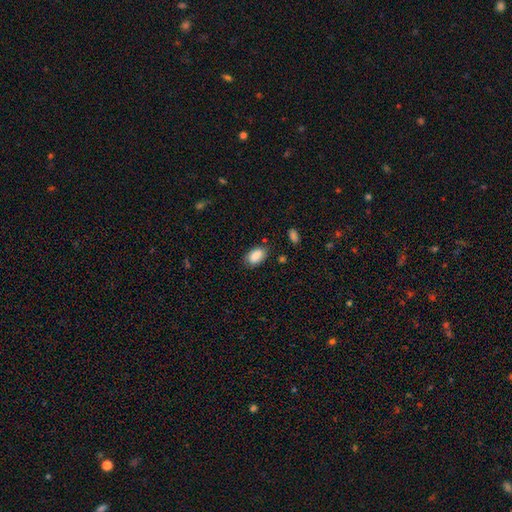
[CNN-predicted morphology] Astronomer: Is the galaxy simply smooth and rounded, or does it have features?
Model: smooth — 88%.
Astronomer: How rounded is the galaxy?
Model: in between — 92%.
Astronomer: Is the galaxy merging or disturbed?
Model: none — 80%.